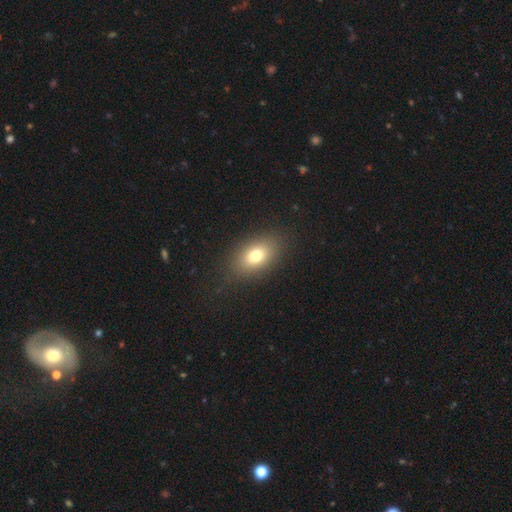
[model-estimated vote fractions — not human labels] Smooth or featured? Predicted: smooth (p=0.76). How rounded? Predicted: in between (p=0.82). Merging? Predicted: none (p=0.86).